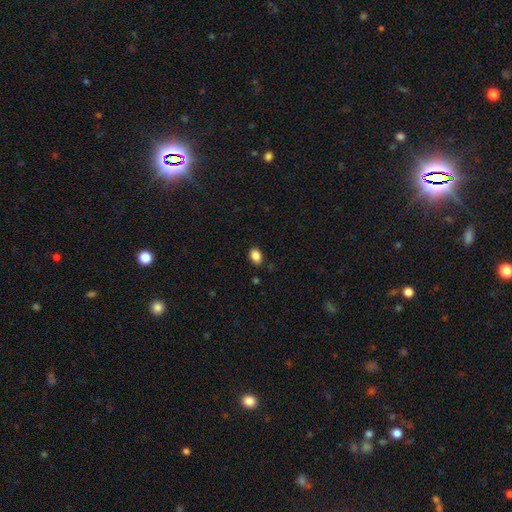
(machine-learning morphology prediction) type=smooth (86%); roundness=in between (73%); merging=none (85%).